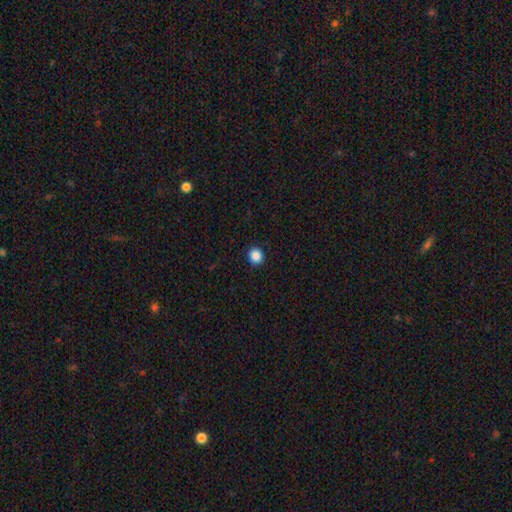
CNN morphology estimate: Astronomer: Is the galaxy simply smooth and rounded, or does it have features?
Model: smooth — 88%.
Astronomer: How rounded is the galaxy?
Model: round — 86%.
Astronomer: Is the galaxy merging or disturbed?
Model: none — 93%.